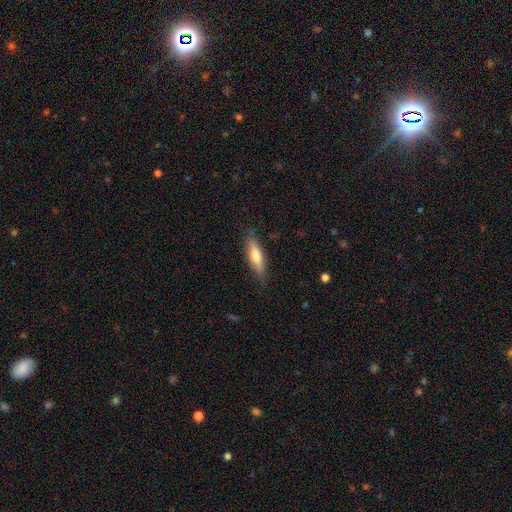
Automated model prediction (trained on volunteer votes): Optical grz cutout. It shows a smooth galaxy with no disk features (60%) that is cigar-shaped (69%). Merging: none (82%).